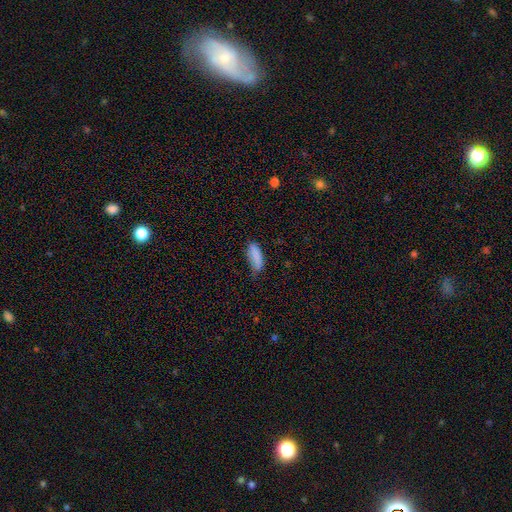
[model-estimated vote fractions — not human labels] Smooth or featured: smooth — 86% (star or artifact — 7%)
How rounded: in between — 77% (cigar-shaped — 21%)
Merging: none — 54% (minor disturbance — 36%)